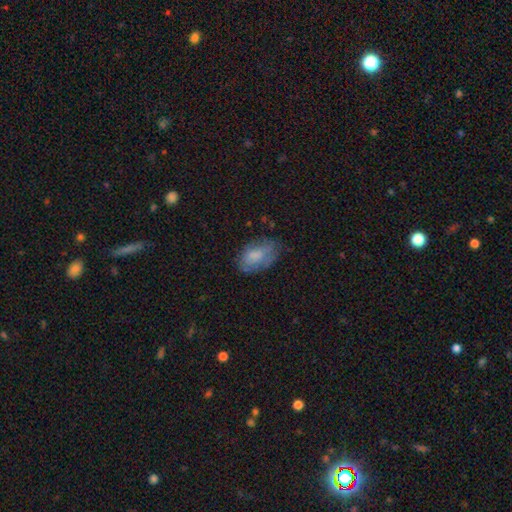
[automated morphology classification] Smooth or featured?
  - smooth: 69% *
  - featured or disk: 23%
  - star or artifact: 8%
How rounded?
  - in between: 91% *
  - round: 7%
  - cigar-shaped: 2%
Merging?
  - none: 56% *
  - minor disturbance: 30%
  - major disturbance: 12%
  - merger: 2%